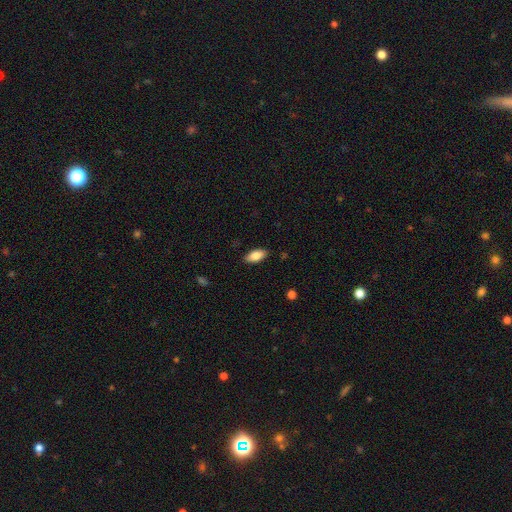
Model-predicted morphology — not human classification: This appears to be a smooth galaxy with no disk features (85%) that is in between round and cigar-shaped (89%). Merging: none (87%).